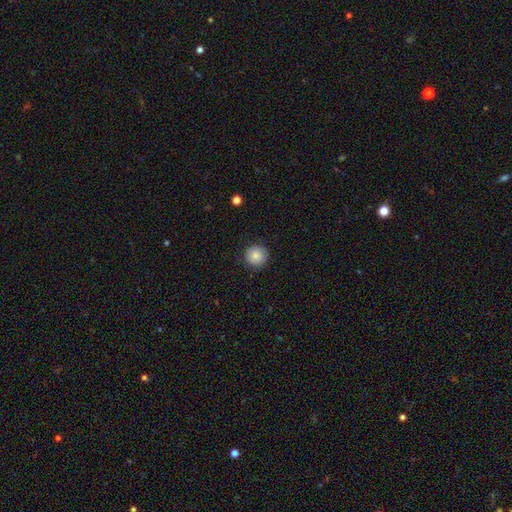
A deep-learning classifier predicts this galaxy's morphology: type=smooth (85%); roundness=round (95%); merging=none (89%).